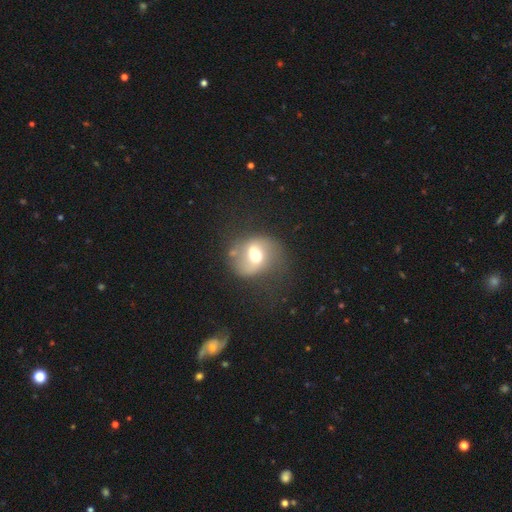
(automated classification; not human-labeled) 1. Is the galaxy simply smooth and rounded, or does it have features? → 61% featured or disk, 30% smooth, 9% star or artifact.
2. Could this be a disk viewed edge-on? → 97% no, 3% yes.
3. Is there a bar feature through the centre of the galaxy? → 45% weak, 32% no, 23% strong.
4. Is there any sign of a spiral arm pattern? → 78% yes, 22% no.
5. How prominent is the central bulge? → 68% moderate, 18% large, 11% small, 3% dominant, 1% none.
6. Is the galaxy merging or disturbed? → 60% none, 21% minor disturbance, 15% major disturbance, 5% merger.